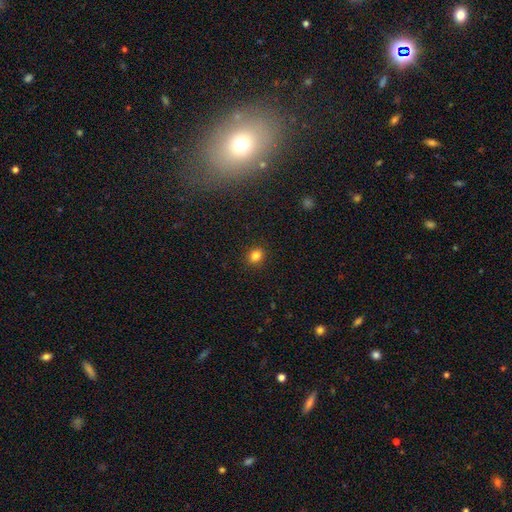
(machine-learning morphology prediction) This is clearly a smooth galaxy (83%). How rounded: likely round (69%). Merging: clearly none (90%).